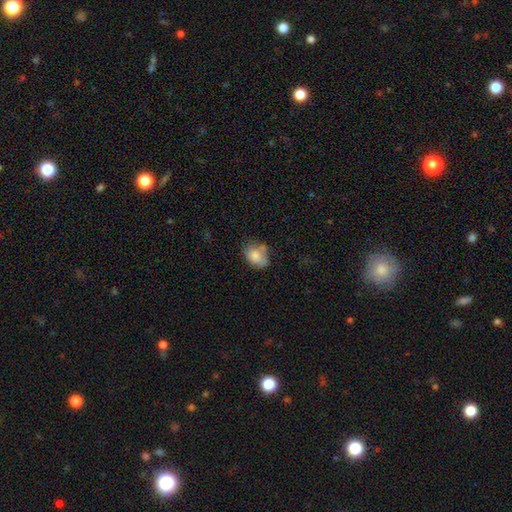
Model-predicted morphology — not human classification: A smooth galaxy with no disk features (77%) that is in between round and cigar-shaped (71%). Merging: none (47%).